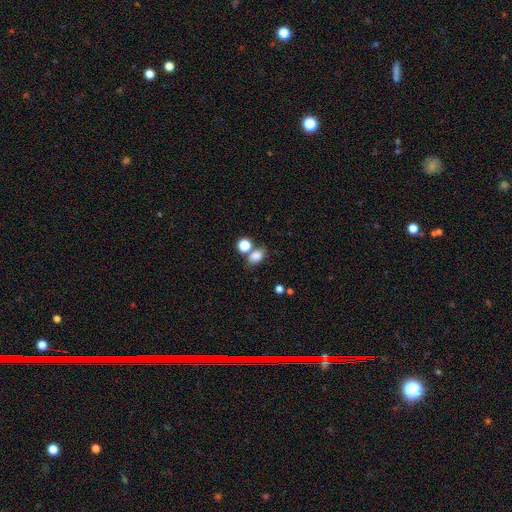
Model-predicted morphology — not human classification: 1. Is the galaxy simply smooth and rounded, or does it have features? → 80% smooth, 13% star or artifact, 7% featured or disk.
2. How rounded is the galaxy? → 71% in between, 27% round, 2% cigar-shaped.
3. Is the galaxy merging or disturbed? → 52% none, 28% merger, 14% minor disturbance, 7% major disturbance.